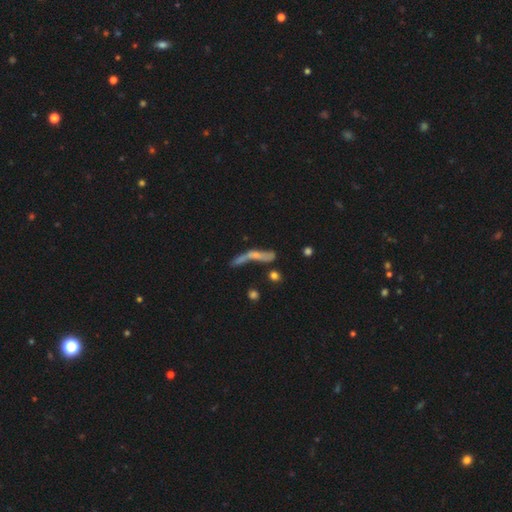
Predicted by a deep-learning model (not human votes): This appears to be a featured or disk galaxy (45%). Merging: none (29%, tied with merger).